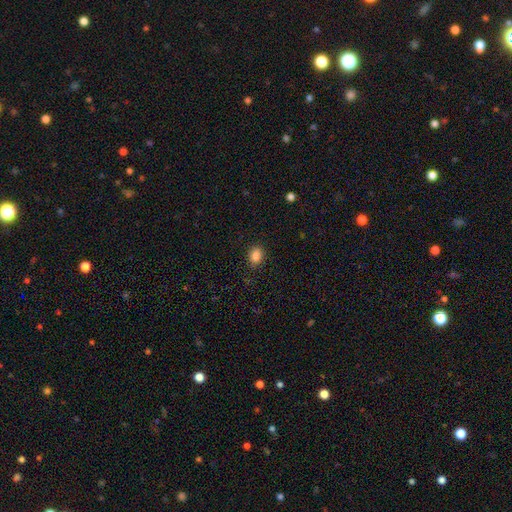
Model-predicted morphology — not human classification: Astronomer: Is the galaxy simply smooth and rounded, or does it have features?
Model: smooth — 87%.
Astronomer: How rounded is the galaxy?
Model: in between — 67%.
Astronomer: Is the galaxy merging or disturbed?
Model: none — 88%.